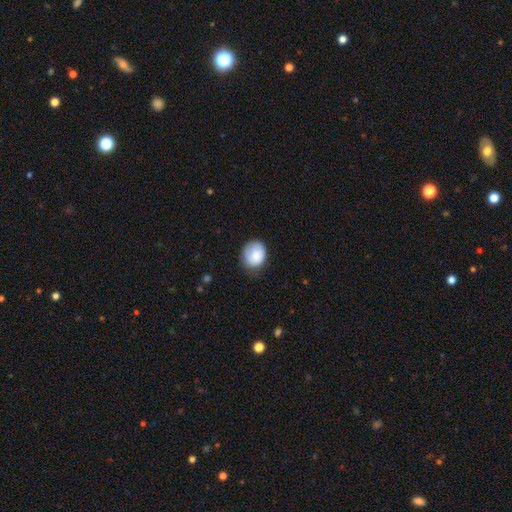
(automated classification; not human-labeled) smooth-or-featured: smooth: 82% | featured or disk: 11% | star or artifact: 7%
  how-rounded: round: 67% | in between: 32% | cigar-shaped: 1%
  merging: none: 65% | minor disturbance: 27% | major disturbance: 7% | merger: 1%